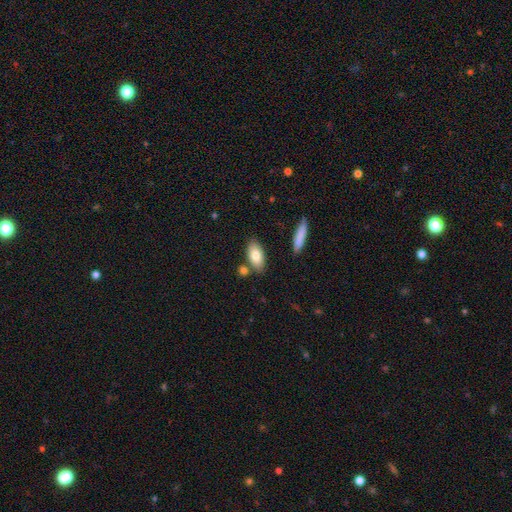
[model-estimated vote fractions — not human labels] A smooth galaxy with no disk features (80%) that is in between round and cigar-shaped (89%).

Vote fractions:
- Smooth or featured? smooth: 80% / featured or disk: 13% / star or artifact: 7%
- How rounded? in between: 89% / cigar-shaped: 8% / round: 3%
- Merging? none: 75% / minor disturbance: 12% / merger: 10% / major disturbance: 3%